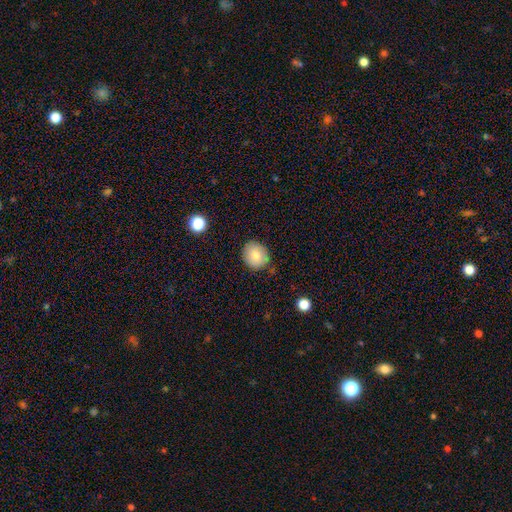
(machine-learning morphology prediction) Smooth or featured?
  - smooth: 80% *
  - featured or disk: 12%
  - star or artifact: 8%
How rounded?
  - round: 68% *
  - in between: 31%
  - cigar-shaped: 1%
Merging?
  - none: 81% *
  - minor disturbance: 14%
  - major disturbance: 3%
  - merger: 2%